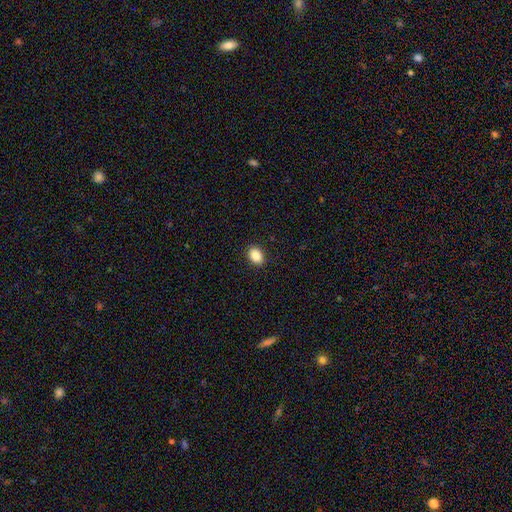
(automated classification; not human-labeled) Morphology: type=smooth (86%); roundness=in between (72%); merging=none (90%).